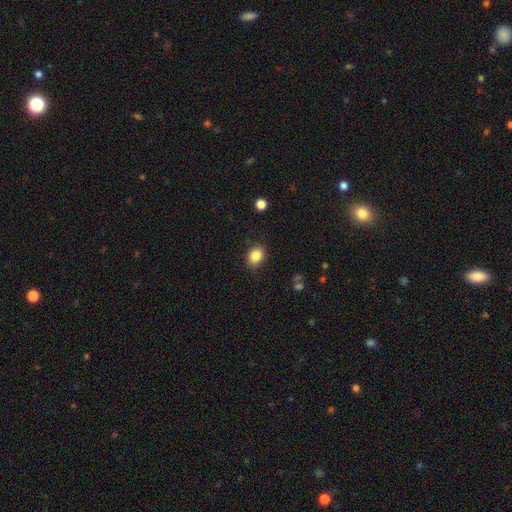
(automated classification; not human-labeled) Smooth or featured? Predicted: smooth (p=0.85). How rounded? Predicted: in between (p=0.59). Merging? Predicted: none (p=0.86).